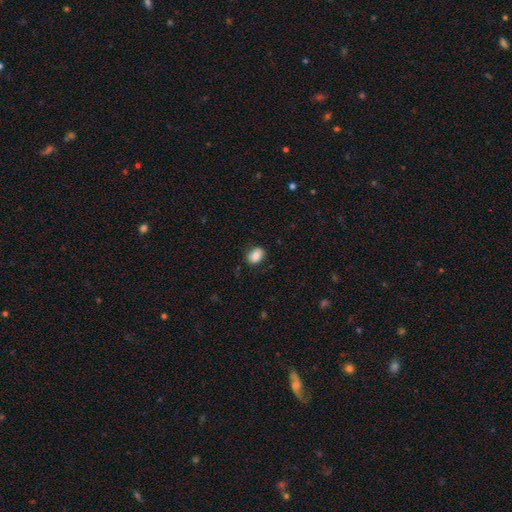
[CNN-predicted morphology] Q: Smooth or featured?
A: smooth (80%); runner-up: featured or disk (12%)
Q: How rounded?
A: in between (65%); runner-up: round (34%)
Q: Merging?
A: none (83%); runner-up: minor disturbance (13%)